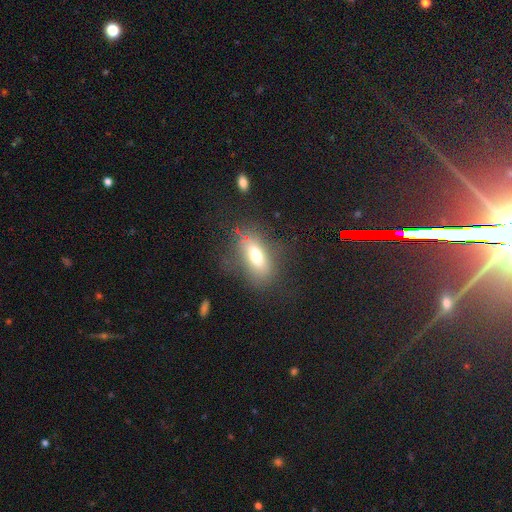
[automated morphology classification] Smooth or featured? smooth (66%)
How rounded? in between (79%)
Merging? none (70%)